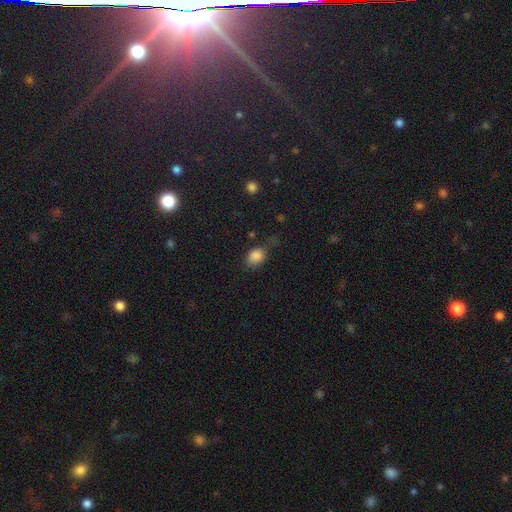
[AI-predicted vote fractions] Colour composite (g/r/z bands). It shows a smooth galaxy with no disk features (83%) that is in between round and cigar-shaped (70%). Merging: none (50%).